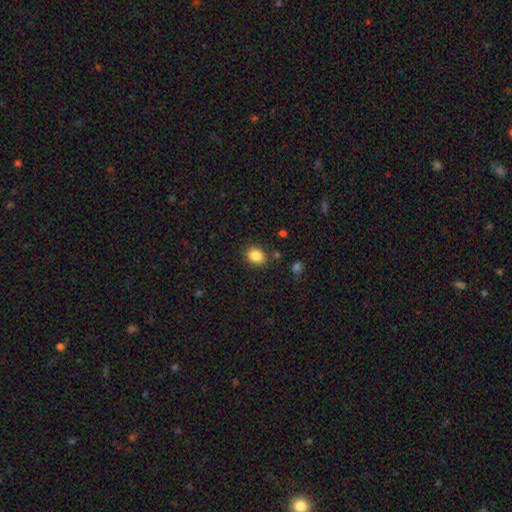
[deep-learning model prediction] smooth 86%, star or artifact 10%, featured or disk 5%. Down the decision tree: how rounded — in between (57%); merging — none (85%).